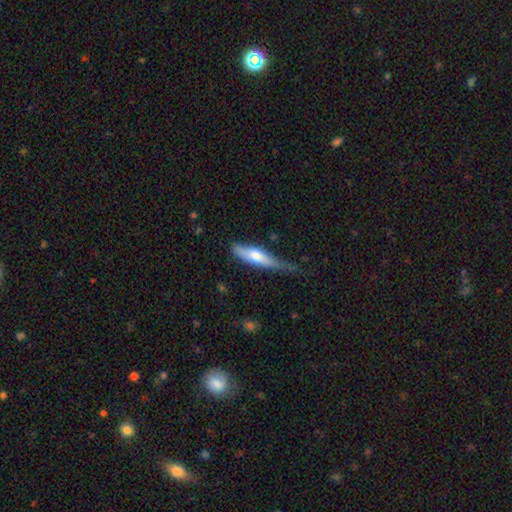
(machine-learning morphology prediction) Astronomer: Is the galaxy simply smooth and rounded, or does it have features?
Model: smooth — 57% (runner-up: featured or disk, 38%).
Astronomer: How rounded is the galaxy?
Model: cigar-shaped — 71%.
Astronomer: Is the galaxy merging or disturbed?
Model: minor disturbance — 41% (runner-up: none, 40%).